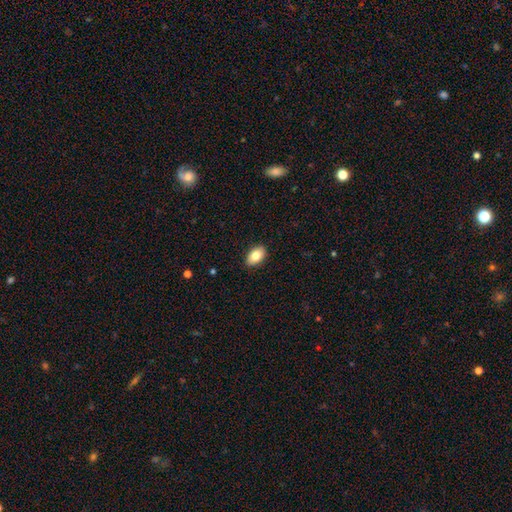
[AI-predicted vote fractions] A smooth galaxy with no disk features (81%) that is in between round and cigar-shaped (91%). Merging: none (89%).